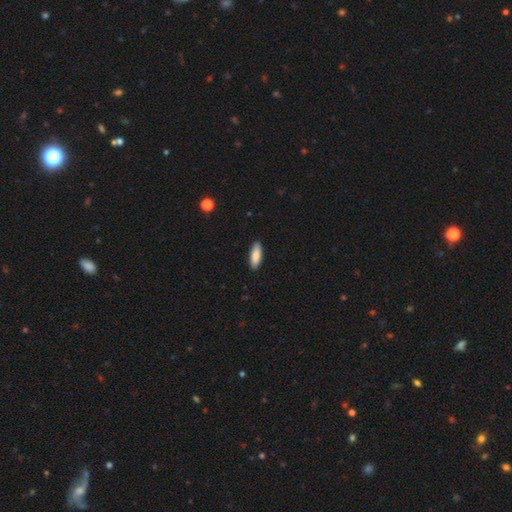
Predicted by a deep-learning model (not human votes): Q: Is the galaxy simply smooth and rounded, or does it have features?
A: smooth — 87%.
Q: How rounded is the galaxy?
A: in between — 61%.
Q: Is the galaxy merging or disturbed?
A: none — 90%.